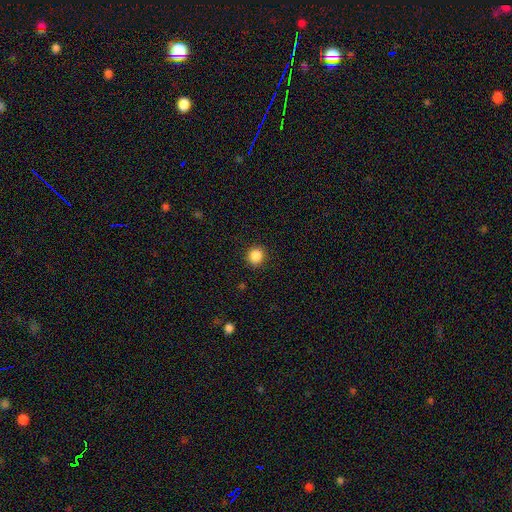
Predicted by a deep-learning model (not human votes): smooth_or_featured: smooth (p=0.87) [alt: star or artifact p=0.10]
how_rounded: round (p=0.91) [alt: in between p=0.09]
merging: none (p=0.91) [alt: minor disturbance p=0.06]